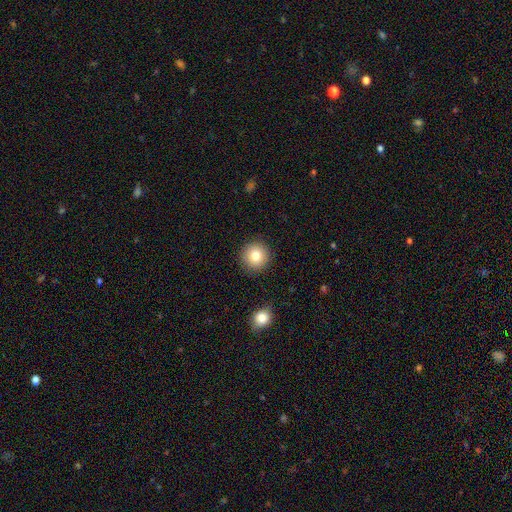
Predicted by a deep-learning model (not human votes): smooth_or_featured: smooth (p=0.80) [alt: star or artifact p=0.10]
how_rounded: round (p=0.95) [alt: in between p=0.04]
merging: none (p=0.90) [alt: minor disturbance p=0.06]